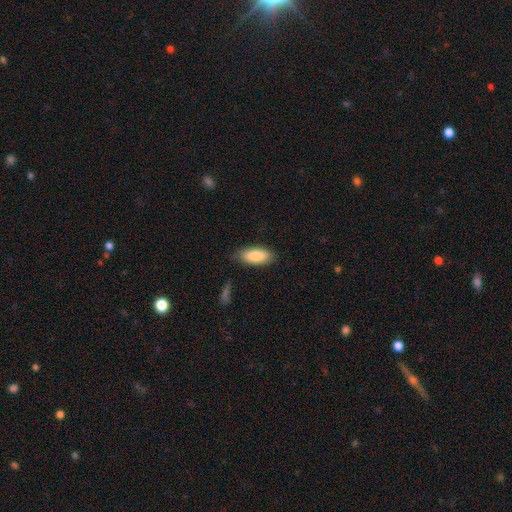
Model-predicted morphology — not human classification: smooth-or-featured: smooth: 84% | featured or disk: 10% | star or artifact: 6%
  how-rounded: in between: 86% | cigar-shaped: 12% | round: 2%
  merging: none: 81% | minor disturbance: 15% | major disturbance: 3% | merger: 2%